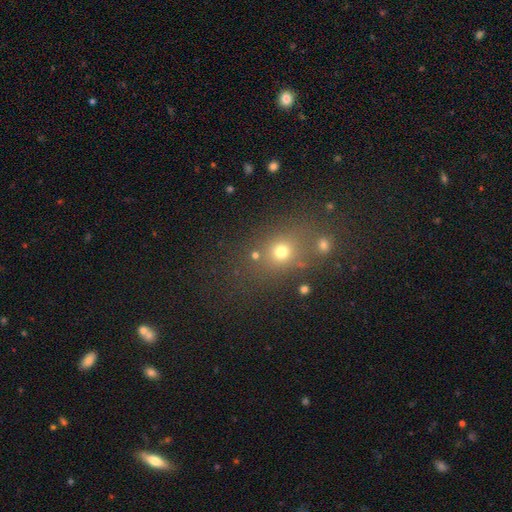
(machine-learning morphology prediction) Smooth or featured? Predicted: smooth (p=0.65). How rounded? Predicted: round (p=0.66). Merging? Predicted: none (p=0.68).